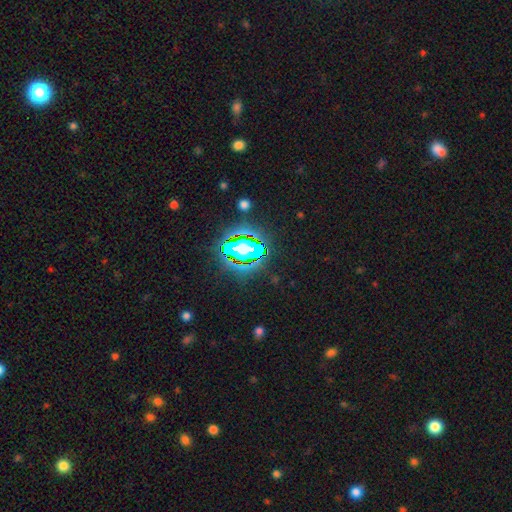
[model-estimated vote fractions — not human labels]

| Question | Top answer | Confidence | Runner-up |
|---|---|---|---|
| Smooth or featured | star or artifact | 68% | smooth (19%) |